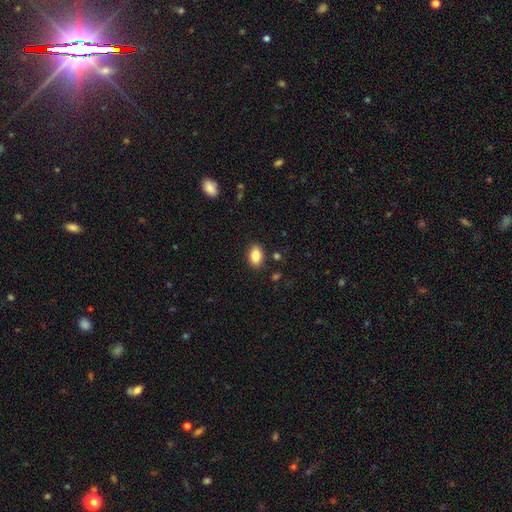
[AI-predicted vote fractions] smooth_or_featured: smooth (p=0.86) [alt: star or artifact p=0.08]
how_rounded: in between (p=0.88) [alt: round p=0.10]
merging: none (p=0.87) [alt: minor disturbance p=0.09]